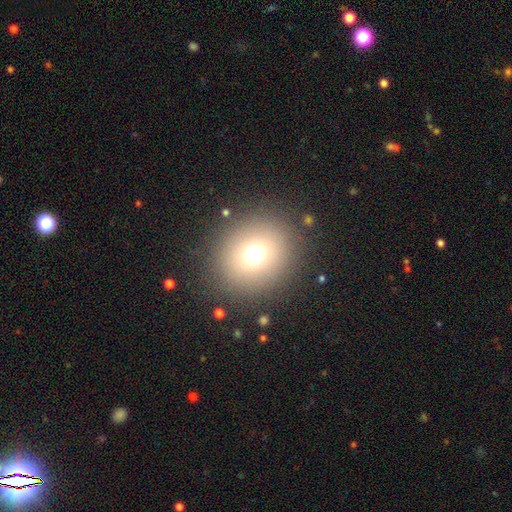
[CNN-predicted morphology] This is likely a smooth galaxy (68%). How rounded: clearly round (84%). Merging: clearly none (86%).